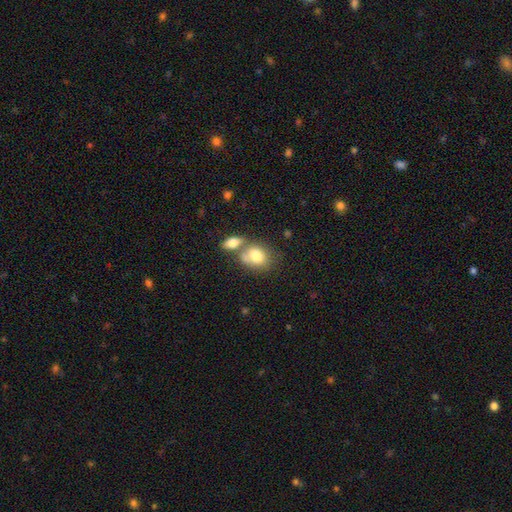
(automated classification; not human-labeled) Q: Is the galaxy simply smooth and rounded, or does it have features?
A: smooth — 77%.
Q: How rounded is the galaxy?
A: in between — 65%.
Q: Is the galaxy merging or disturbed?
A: merger — 45%.